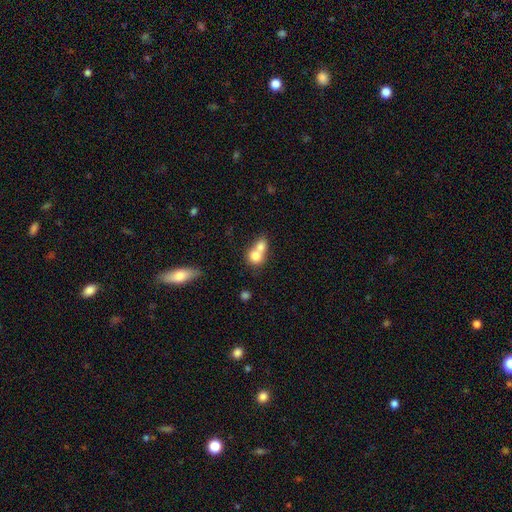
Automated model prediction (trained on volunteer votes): Smooth or featured?
  - smooth: 74% *
  - featured or disk: 18%
  - star or artifact: 8%
How rounded?
  - round: 66% *
  - in between: 33%
  - cigar-shaped: 1%
Merging?
  - merger: 72% *
  - none: 20%
  - minor disturbance: 5%
  - major disturbance: 3%